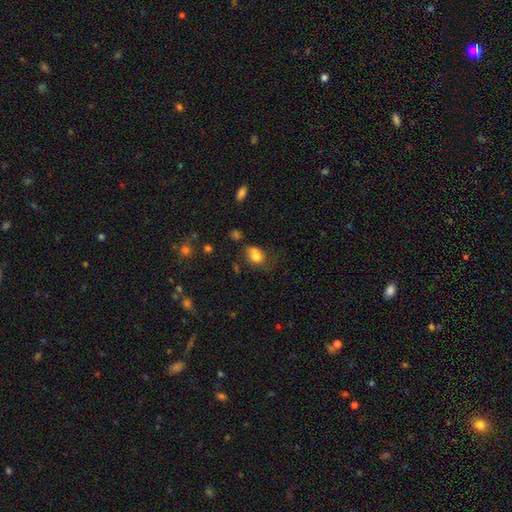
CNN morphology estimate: Smooth or featured? Predicted: smooth (p=0.73). How rounded? Predicted: in between (p=0.50). Merging? Predicted: merger (p=0.45).